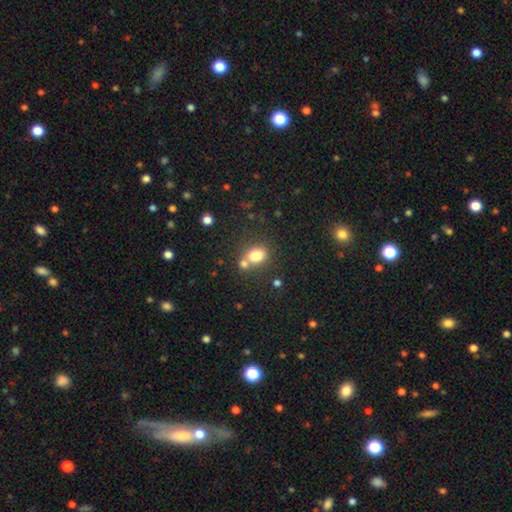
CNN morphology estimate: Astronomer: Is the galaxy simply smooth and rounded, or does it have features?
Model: smooth — 78%.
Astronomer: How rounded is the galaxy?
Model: round — 54% (runner-up: in between, 45%).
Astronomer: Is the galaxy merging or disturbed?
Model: none — 54% (runner-up: merger, 31%).